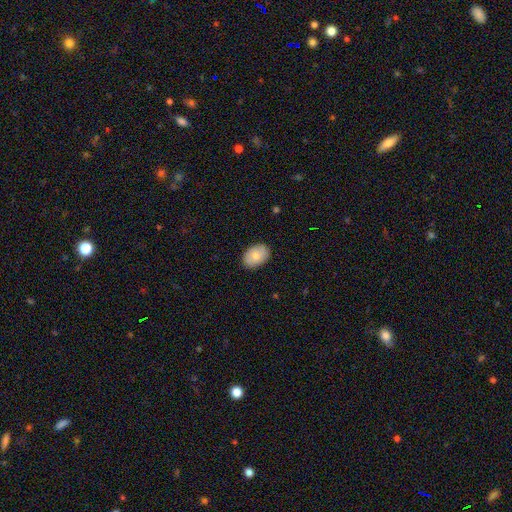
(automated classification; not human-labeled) Smooth or featured? Predicted: smooth (p=0.77). How rounded? Predicted: in between (p=0.84). Merging? Predicted: none (p=0.87).